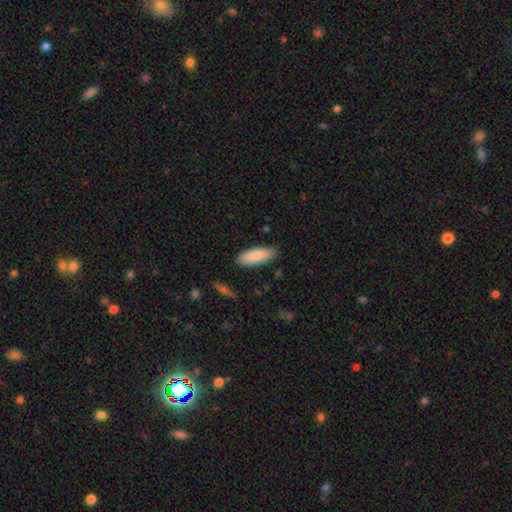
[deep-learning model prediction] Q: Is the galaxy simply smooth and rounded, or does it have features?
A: smooth — 86%.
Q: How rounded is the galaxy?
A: in between — 67%.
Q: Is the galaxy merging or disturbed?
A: none — 86%.